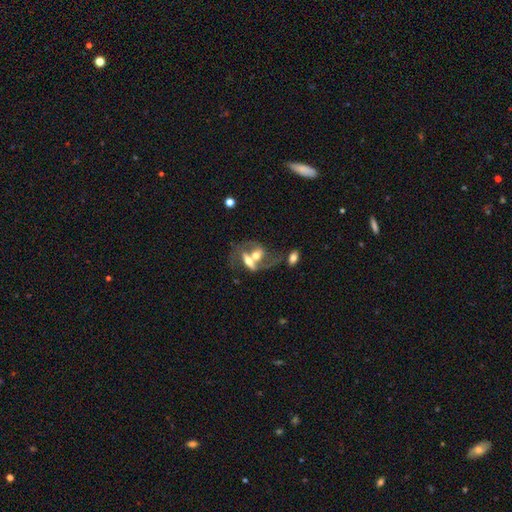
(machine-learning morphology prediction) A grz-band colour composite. It shows a featured or disk galaxy (57%) with no bar (57%), spiral arms (52%) and a moderate central bulge (53%). Merging: merger (73%).